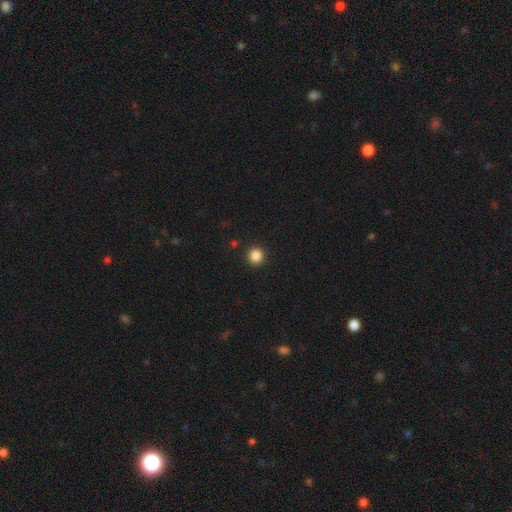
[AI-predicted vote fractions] smooth 86%, star or artifact 11%, featured or disk 3%. Down the decision tree: how rounded — round (94%); merging — none (93%).